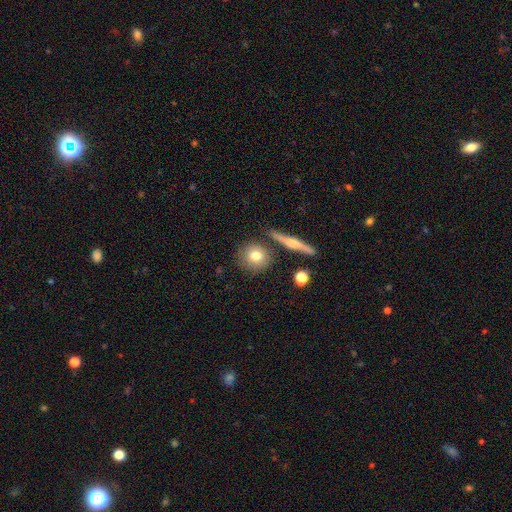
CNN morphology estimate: smooth_or_featured: smooth (p=0.77) [alt: featured or disk p=0.15]
how_rounded: round (p=0.85) [alt: in between p=0.12]
merging: none (p=0.78) [alt: minor disturbance p=0.10]